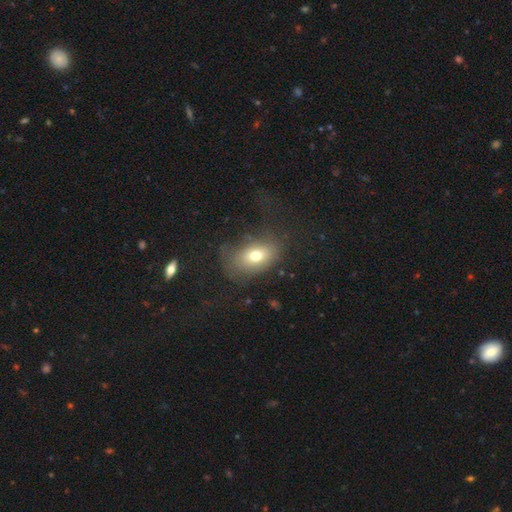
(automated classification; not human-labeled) Smooth or featured? Predicted: smooth (p=0.71). How rounded? Predicted: in between (p=0.80). Merging? Predicted: none (p=0.56).